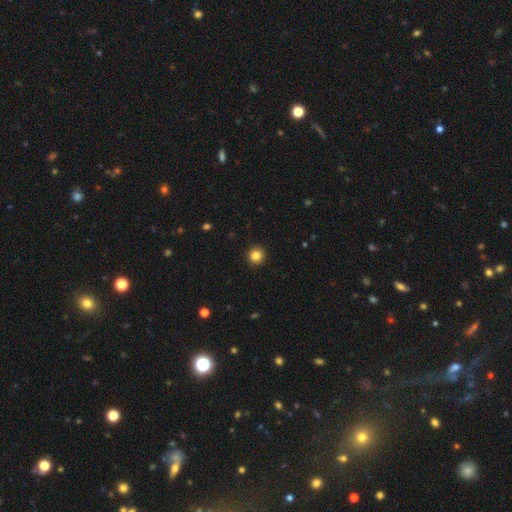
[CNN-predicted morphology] Q: Smooth or featured?
A: smooth (85%); runner-up: star or artifact (11%)
Q: How rounded?
A: round (95%); runner-up: in between (4%)
Q: Merging?
A: none (94%); runner-up: minor disturbance (4%)